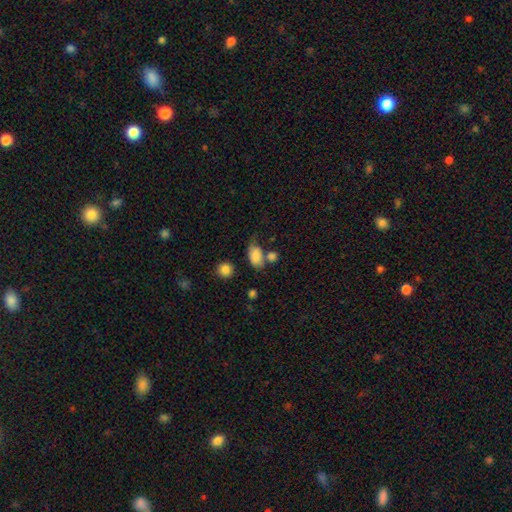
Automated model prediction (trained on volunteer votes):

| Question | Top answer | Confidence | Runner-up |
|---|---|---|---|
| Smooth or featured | smooth | 82% | featured or disk (9%) |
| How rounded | in between | 86% | round (12%) |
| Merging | none | 40% | minor disturbance (24%) |